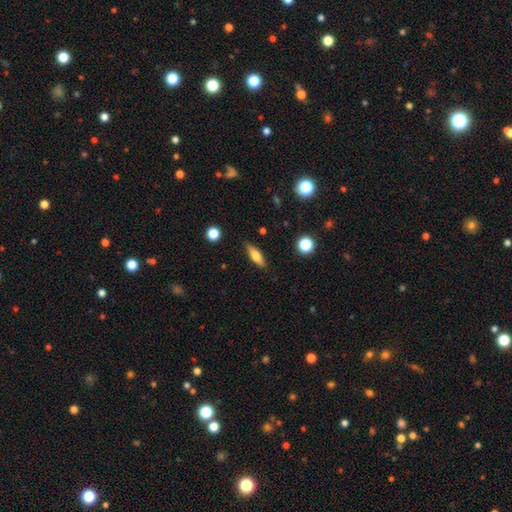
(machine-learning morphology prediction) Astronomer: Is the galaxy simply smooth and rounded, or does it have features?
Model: smooth — 66%.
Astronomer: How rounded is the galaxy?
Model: in between — 48%, tied with cigar-shaped at 48%.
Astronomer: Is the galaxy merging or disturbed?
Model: none — 85%.